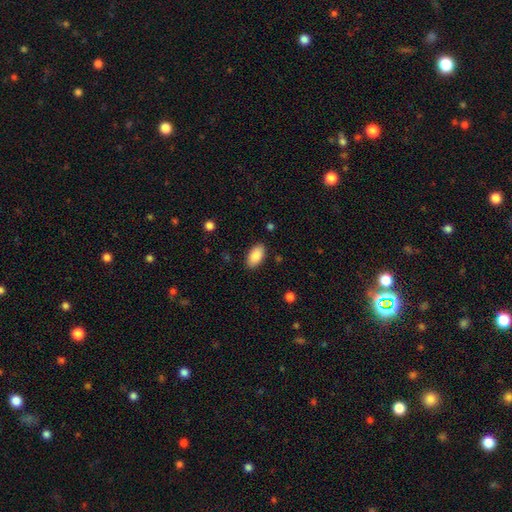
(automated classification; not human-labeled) smooth-or-featured: smooth: 89% | star or artifact: 7% | featured or disk: 5%
  how-rounded: in between: 95% | round: 3% | cigar-shaped: 3%
  merging: none: 87% | minor disturbance: 9% | major disturbance: 2% | merger: 1%